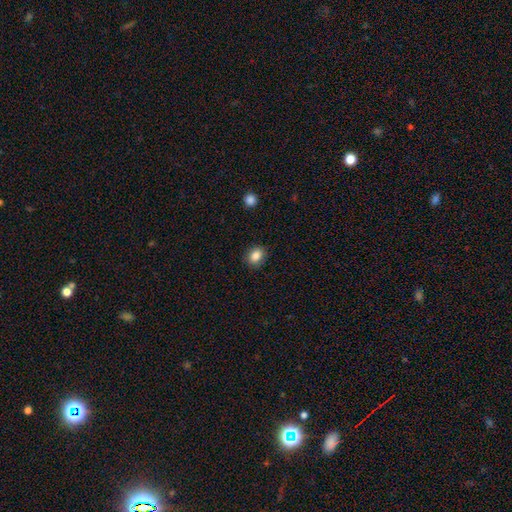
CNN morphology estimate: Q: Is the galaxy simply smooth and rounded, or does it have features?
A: smooth — 86%.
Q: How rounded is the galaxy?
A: round — 50%.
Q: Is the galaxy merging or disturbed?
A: none — 88%.